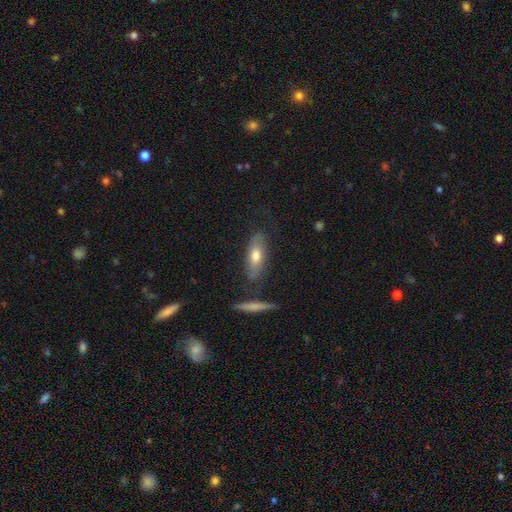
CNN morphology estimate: Smooth or featured? smooth (59%)
How rounded? in between (67%)
Merging? none (73%)